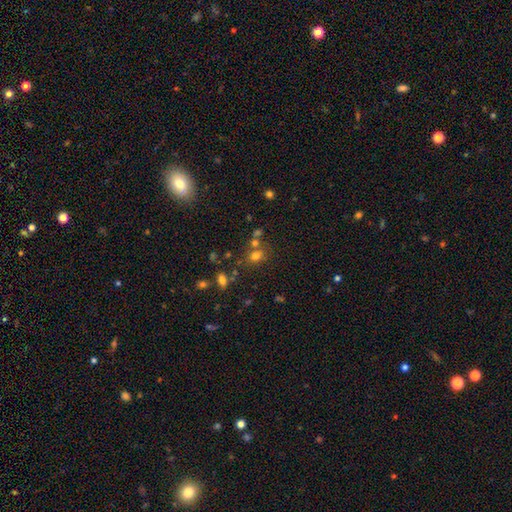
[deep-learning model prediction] smooth-or-featured: smooth: 67% | star or artifact: 22% | featured or disk: 11%
  how-rounded: round: 62% | in between: 37% | cigar-shaped: 1%
  merging: none: 60% | merger: 22% | minor disturbance: 12% | major disturbance: 5%